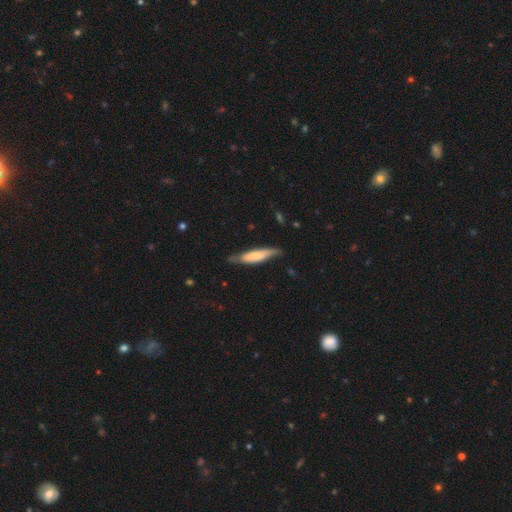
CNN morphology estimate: A smooth galaxy with no disk features (59%) that is cigar-shaped (78%). Merging: none (67%).